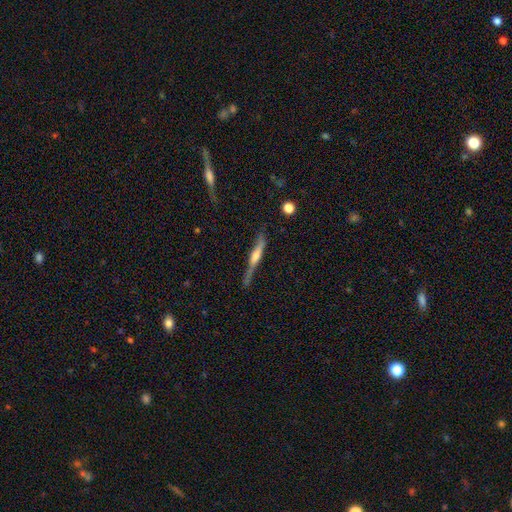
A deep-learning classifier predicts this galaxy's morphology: This is likely a featured or disk galaxy (62%). It is clearly viewed edge-on (95%). Edge-on bulge: likely rounded (65%). Merging: likely none (68%).